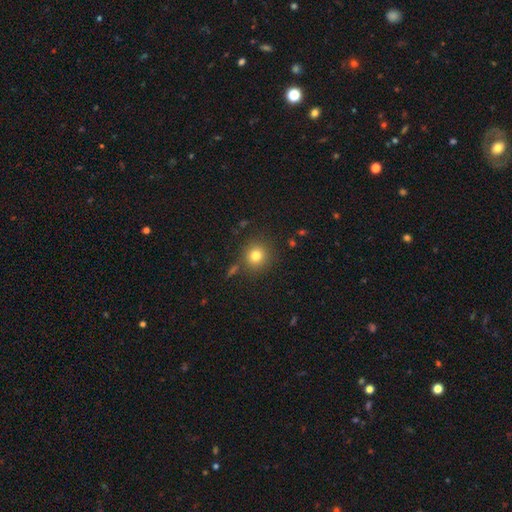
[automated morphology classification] This is likely a smooth galaxy (80%). How rounded: clearly round (90%). Merging: clearly none (85%).